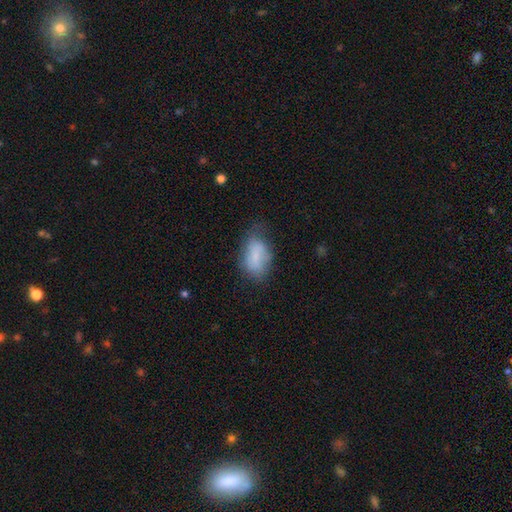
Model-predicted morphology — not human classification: smooth_or_featured: smooth (p=0.74) [alt: featured or disk p=0.18]
how_rounded: in between (p=0.90) [alt: round p=0.07]
merging: none (p=0.49) [alt: minor disturbance p=0.34]